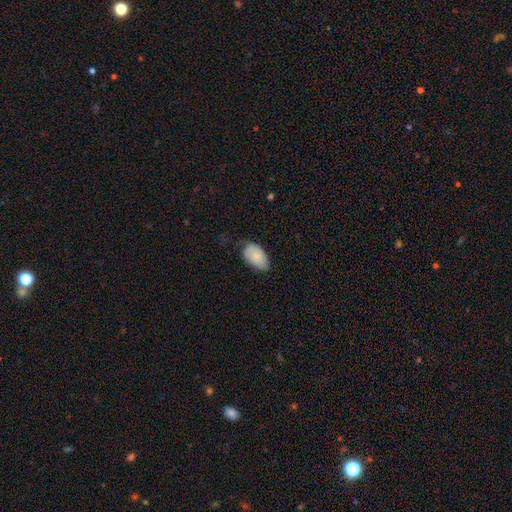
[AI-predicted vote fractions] Smooth or featured? Predicted: smooth (p=0.78). How rounded? Predicted: in between (p=0.94). Merging? Predicted: none (p=0.59).